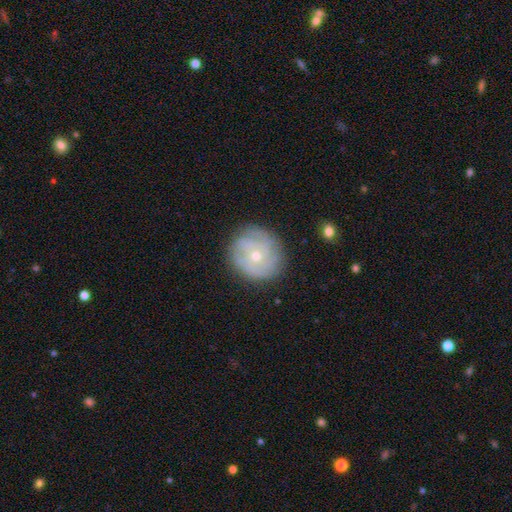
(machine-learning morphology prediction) Overall: featured or disk (62%; smooth 30%). Edge-on disk: no (97%). Bar: no (83%). Spiral arms: yes (77%). Bulge size: small (55%; moderate 42%). Merging: none (81%).